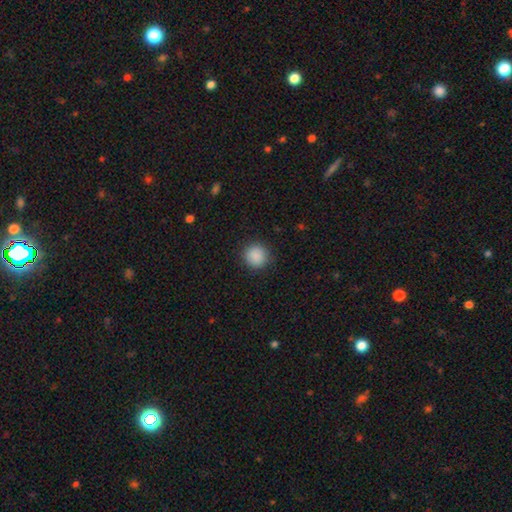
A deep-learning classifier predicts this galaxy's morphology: A smooth galaxy with no disk features (89%) that is round (93%). Merging: none (90%).